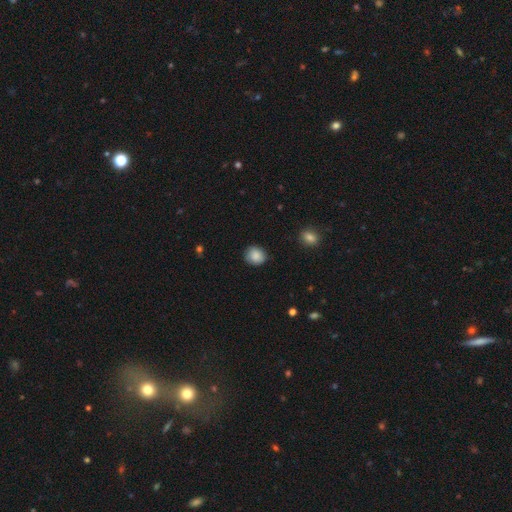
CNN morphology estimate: This is clearly a smooth galaxy (87%). How rounded: likely round (78%). Merging: clearly none (86%).